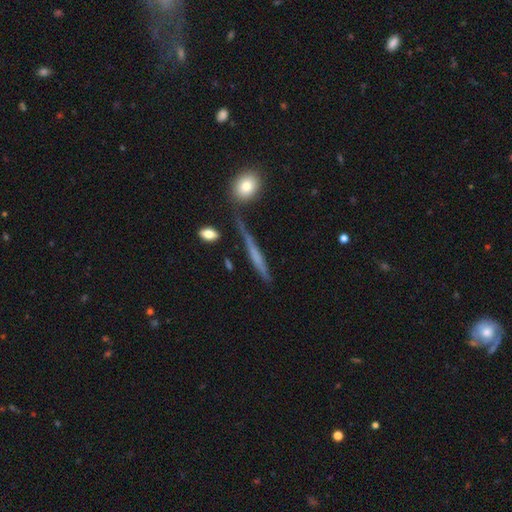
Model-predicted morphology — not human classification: A featured or disk galaxy (51%) viewed edge-on (92%). Merging: none (73%).